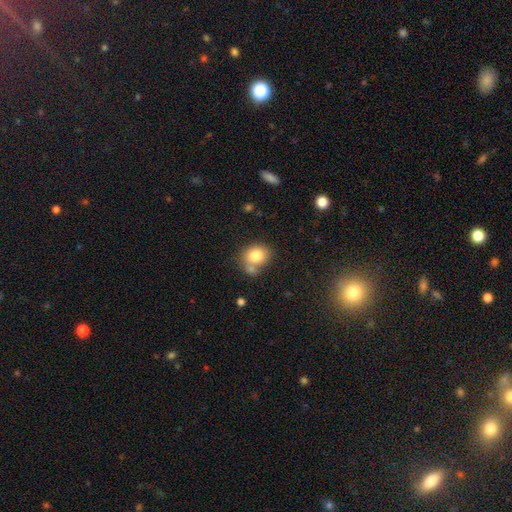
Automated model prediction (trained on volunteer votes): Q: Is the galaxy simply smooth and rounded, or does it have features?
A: smooth — 80%.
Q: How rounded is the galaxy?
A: round — 60%.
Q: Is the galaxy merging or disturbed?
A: none — 53%.